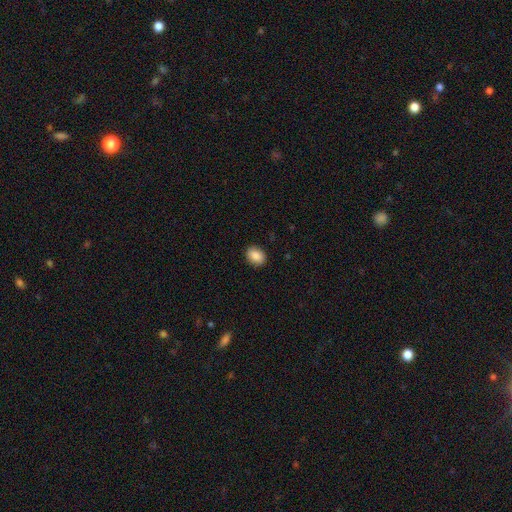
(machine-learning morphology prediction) A smooth galaxy with no disk features (88%) that is in between round and cigar-shaped (61%).

Vote fractions:
- Smooth or featured? smooth: 88% / star or artifact: 8% / featured or disk: 4%
- How rounded? in between: 61% / round: 38% / cigar-shaped: 1%
- Merging? none: 90% / minor disturbance: 7% / major disturbance: 2% / merger: 1%